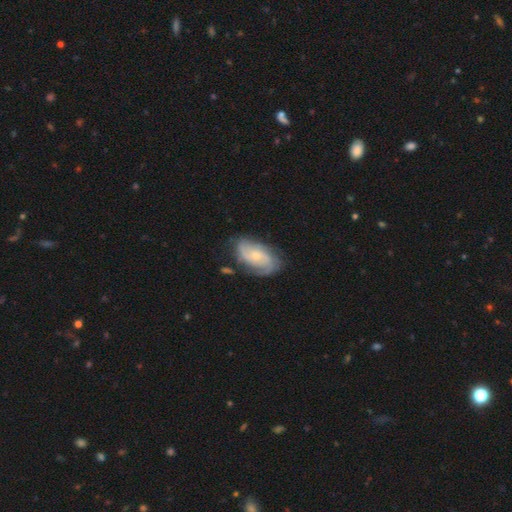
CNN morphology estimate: Smooth or featured? Predicted: featured or disk (p=0.78). Edge-on disk? Predicted: no (p=0.96). Bar? Predicted: no (p=0.66). Spiral arms? Predicted: yes (p=0.94). Spiral winding? Predicted: tight (p=0.45). Spiral arm count? Predicted: 2 (p=0.53). Bulge size? Predicted: small (p=0.65). Merging? Predicted: none (p=0.68).